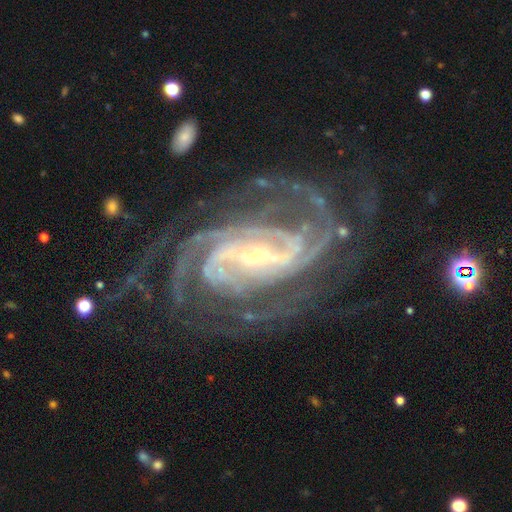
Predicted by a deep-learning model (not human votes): smooth-or-featured: featured or disk: 93% | star or artifact: 5% | smooth: 2%
  disk-edge-on: no: 97% | yes: 3%
    bar: strong: 60% | weak: 27% | no: 13%
    has-spiral-arms: yes: 98% | no: 2%
      spiral-winding: tight: 57% | medium: 36% | loose: 7%
      spiral-arm-count: 4: 25% | 2: 21% | 3: 19% | can't tell: 15% | more than 4: 12% | 1: 8%
    bulge-size: small: 74% | moderate: 21% | large: 2% | none: 1% | dominant: 1%
  merging: none: 69% | minor disturbance: 16% | major disturbance: 13% | merger: 2%